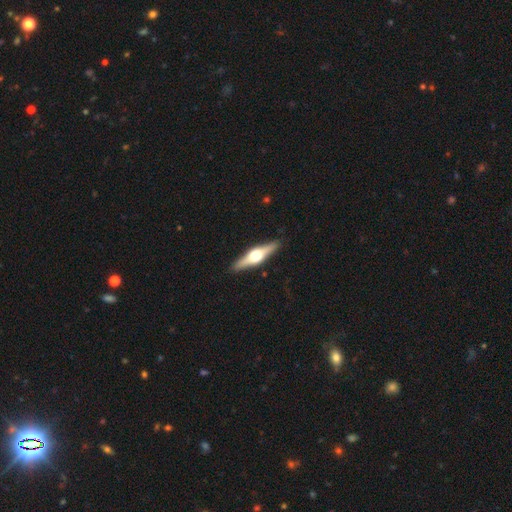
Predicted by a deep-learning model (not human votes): smooth_or_featured: featured or disk (p=0.71) [alt: smooth p=0.24]
disk_edge_on: yes (p=0.97) [alt: no p=0.03]
edge_on_bulge: rounded (p=0.95) [alt: boxy p=0.03]
merging: none (p=0.91) [alt: minor disturbance p=0.07]